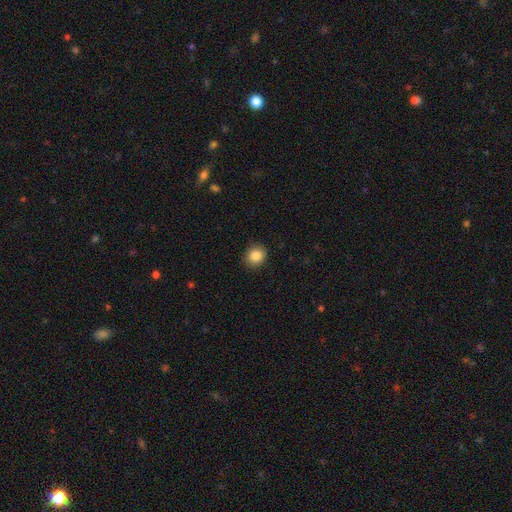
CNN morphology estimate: Smooth or featured? Predicted: smooth (p=0.86). How rounded? Predicted: round (p=0.84). Merging? Predicted: none (p=0.89).